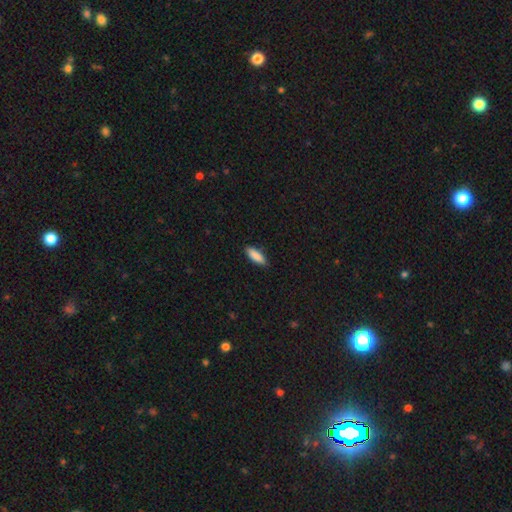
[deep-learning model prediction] A smooth galaxy with no disk features (89%) that is in between round and cigar-shaped (55%). Merging: none (89%).